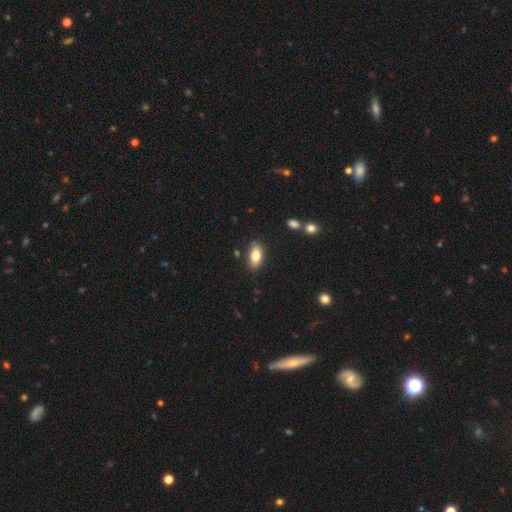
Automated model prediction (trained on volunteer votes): smooth_or_featured: smooth (p=0.77) [alt: featured or disk p=0.15]
how_rounded: in between (p=0.88) [alt: cigar-shaped p=0.08]
merging: none (p=0.82) [alt: minor disturbance p=0.13]